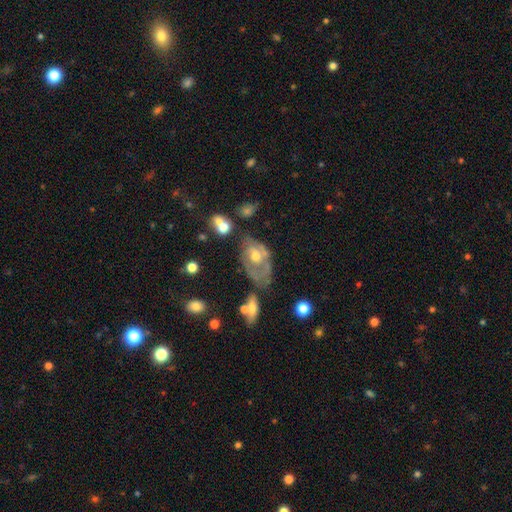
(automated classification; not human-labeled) This is likely a featured or disk galaxy (64%). It is clearly not viewed edge-on (93%). Bar: likely no (78%). Spiral arm pattern: possibly yes (52%). Central bulge: likely moderate (62%). Merging: marginally none (36%).